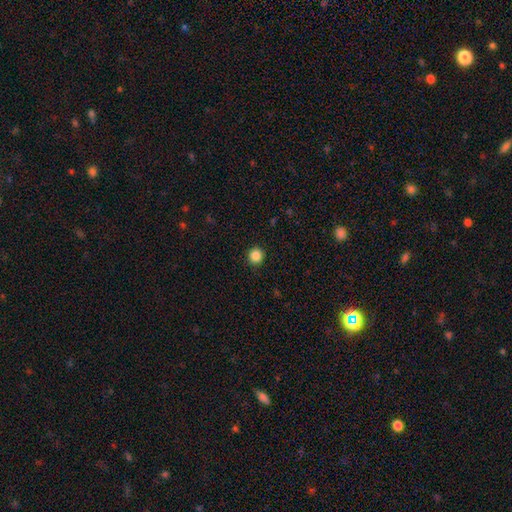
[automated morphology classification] type=smooth (86%); roundness=round (93%); merging=none (93%).